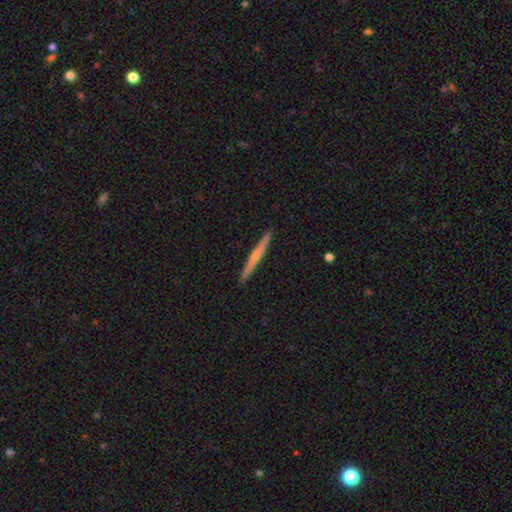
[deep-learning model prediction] featured or disk 57%, smooth 38%, star or artifact 6%. Down the decision tree: edge-on disk — yes (98%); edge-on bulge — rounded (57%); merging — none (92%).